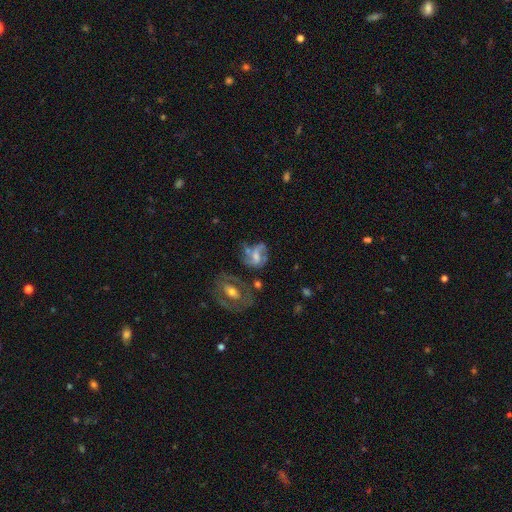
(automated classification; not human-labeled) This appears to be a featured or disk galaxy (68%) with no bar (41%, tied with weak), spiral arms (72%) and a moderate central bulge (44%). Merging: none (39%).